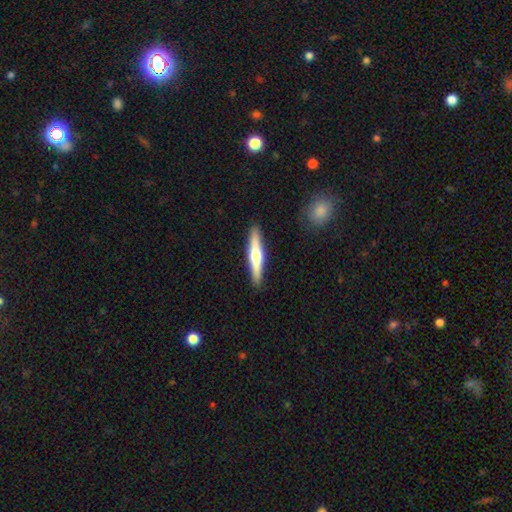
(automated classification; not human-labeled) Smooth or featured?
  - featured or disk: 57% *
  - smooth: 37%
  - star or artifact: 5%
Edge-on disk?
  - yes: 97% *
  - no: 3%
Edge-on bulge?
  - rounded: 89% *
  - boxy: 6%
  - none: 5%
Merging?
  - none: 91% *
  - minor disturbance: 7%
  - major disturbance: 1%
  - merger: 1%